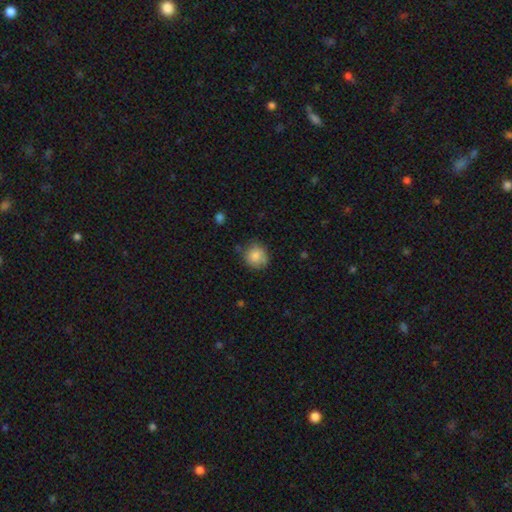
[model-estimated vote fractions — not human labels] A smooth galaxy with no disk features (83%) that is round (86%).

Vote fractions:
- Smooth or featured? smooth: 83% / featured or disk: 9% / star or artifact: 9%
- How rounded? round: 86% / in between: 13% / cigar-shaped: 1%
- Merging? none: 72% / minor disturbance: 20% / major disturbance: 4% / merger: 4%